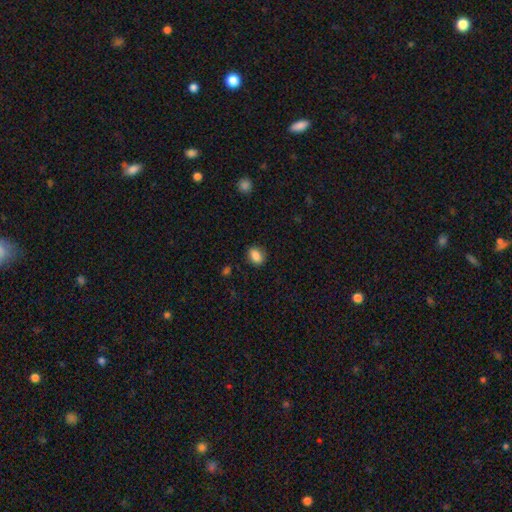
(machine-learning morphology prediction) This appears to be a smooth galaxy with no disk features (86%) that is in between round and cigar-shaped (61%). Merging: none (85%).